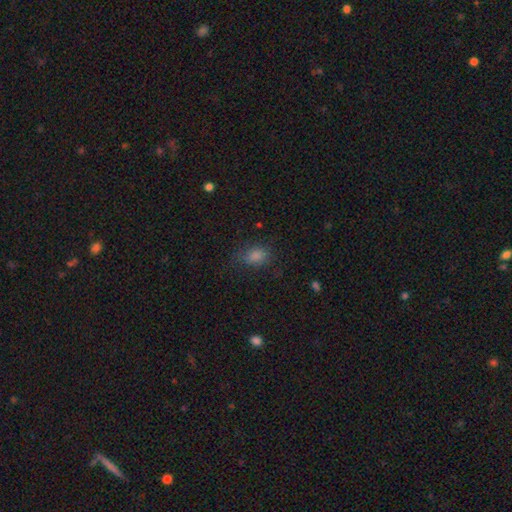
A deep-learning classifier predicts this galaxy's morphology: Smooth or featured? smooth (76%)
How rounded? in between (72%)
Merging? none (67%)